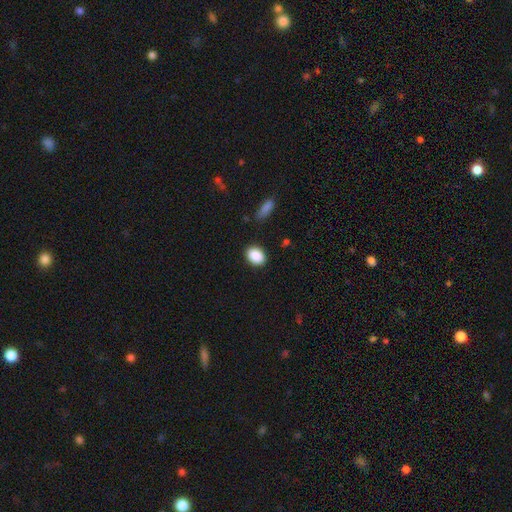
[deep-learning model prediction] Morphology: type=smooth (88%); roundness=in between (71%); merging=none (86%).